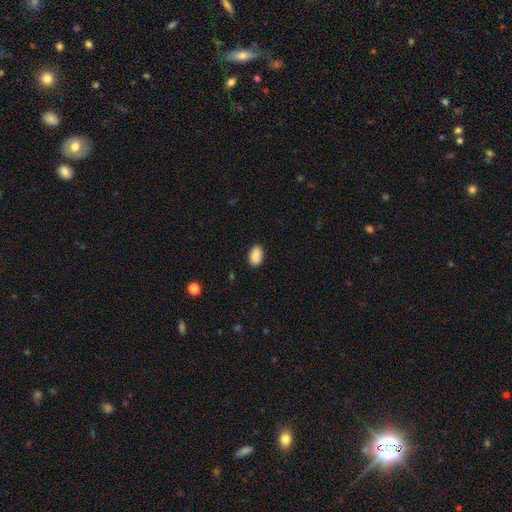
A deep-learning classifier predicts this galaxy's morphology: smooth-or-featured: smooth: 89% | star or artifact: 7% | featured or disk: 4%
  how-rounded: in between: 90% | round: 8% | cigar-shaped: 1%
  merging: none: 87% | minor disturbance: 10% | major disturbance: 2% | merger: 1%